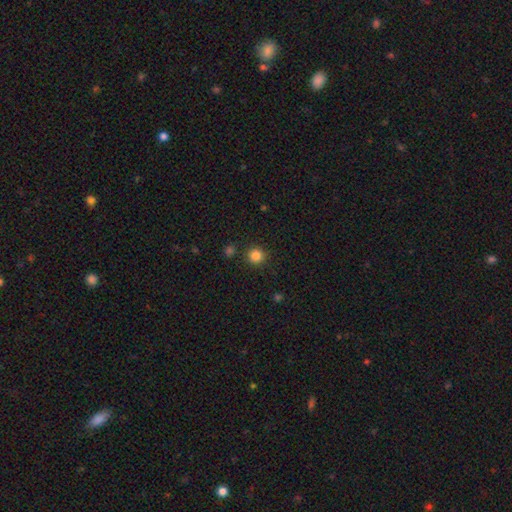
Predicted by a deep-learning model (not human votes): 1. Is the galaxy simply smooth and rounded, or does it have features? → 83% smooth, 12% star or artifact, 4% featured or disk.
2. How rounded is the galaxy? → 94% round, 5% in between, 1% cigar-shaped.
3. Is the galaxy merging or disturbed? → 90% none, 6% minor disturbance, 3% merger, 2% major disturbance.